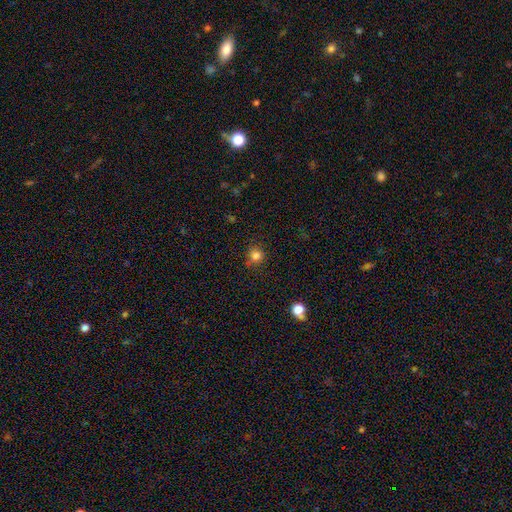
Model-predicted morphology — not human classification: Smooth or featured? smooth (82%)
How rounded? round (91%)
Merging? none (80%)